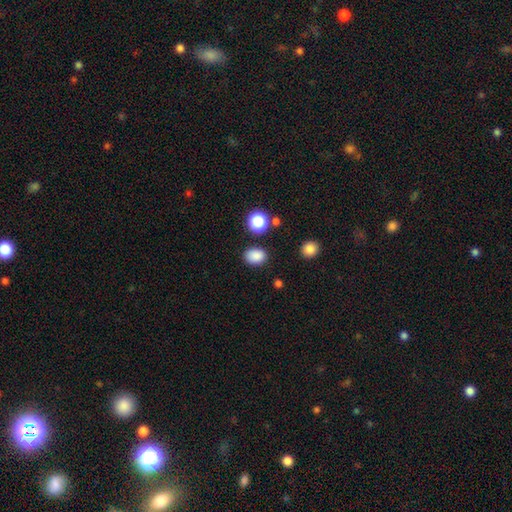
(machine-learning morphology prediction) A smooth galaxy with no disk features (85%) that is in between round and cigar-shaped (66%). Merging: none (84%).